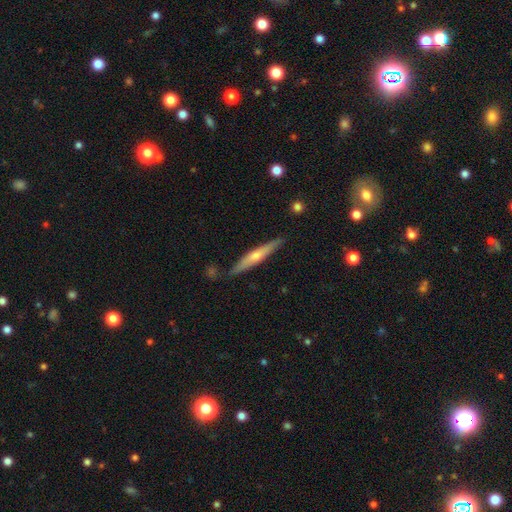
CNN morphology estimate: Smooth or featured? Predicted: featured or disk (p=0.55). Edge-on disk? Predicted: yes (p=0.95). Edge-on bulge? Predicted: rounded (p=0.75). Merging? Predicted: none (p=0.85).